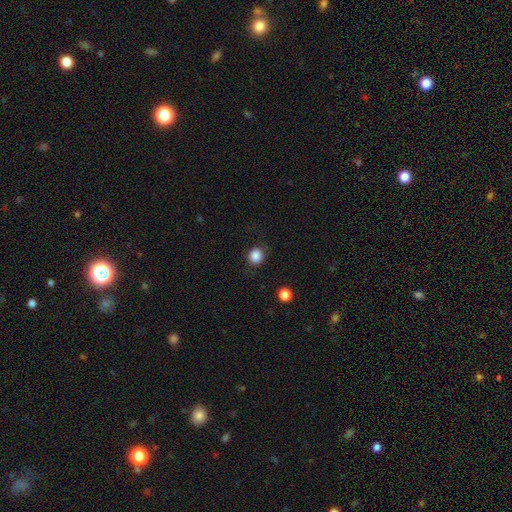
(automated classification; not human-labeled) This is clearly a smooth galaxy (87%). How rounded: clearly round (87%). Merging: clearly none (87%).